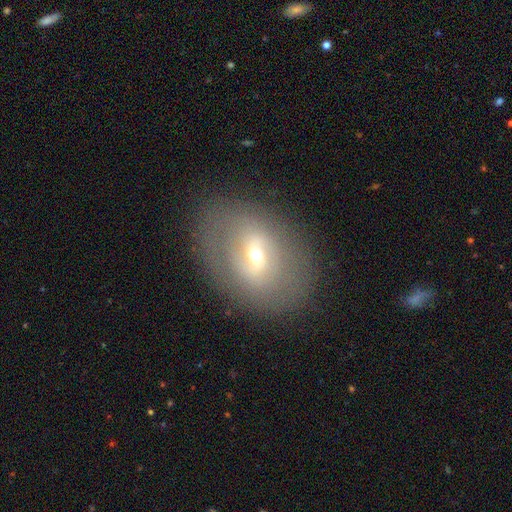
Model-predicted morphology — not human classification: type=featured or disk (57%); edge-on=no (89%); bar=weak (44%); spiral arms=no (73%); bulge=small (53%); merging=none (82%).